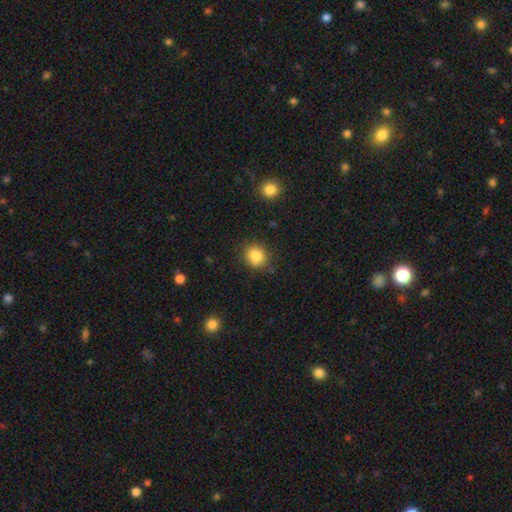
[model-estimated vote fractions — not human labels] smooth_or_featured: smooth (p=0.84) [alt: star or artifact p=0.10]
how_rounded: round (p=0.83) [alt: in between p=0.16]
merging: none (p=0.84) [alt: minor disturbance p=0.11]